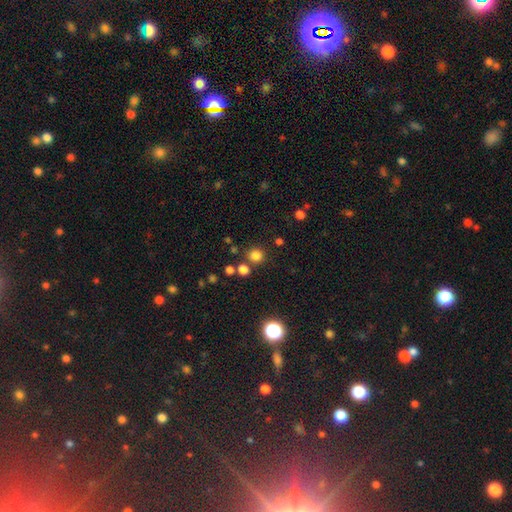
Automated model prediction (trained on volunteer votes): A smooth galaxy with no disk features (78%) that is round (90%). Merging: none (81%).